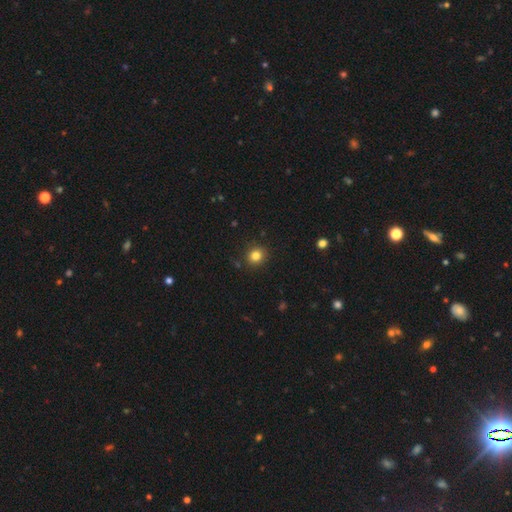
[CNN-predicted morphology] smooth-or-featured: smooth: 82% | star or artifact: 12% | featured or disk: 6%
  how-rounded: round: 83% | in between: 16% | cigar-shaped: 1%
  merging: none: 89% | minor disturbance: 8% | major disturbance: 2% | merger: 1%